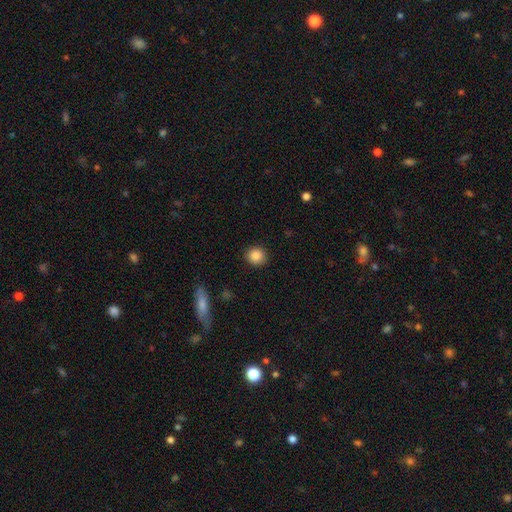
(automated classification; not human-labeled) A smooth galaxy with no disk features (87%) that is round (89%). Merging: none (90%).